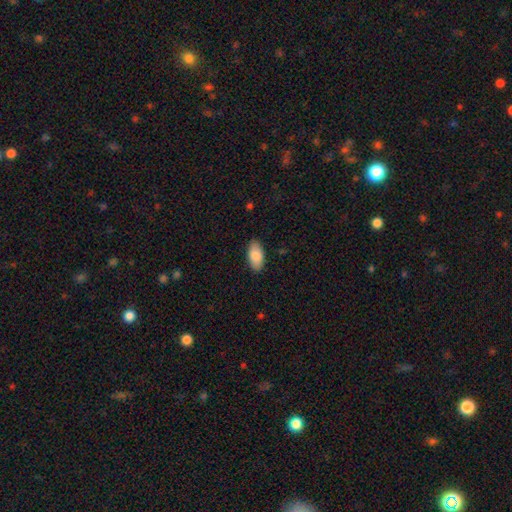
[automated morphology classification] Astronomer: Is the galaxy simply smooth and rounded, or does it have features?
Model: smooth — 86%.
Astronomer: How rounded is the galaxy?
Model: in between — 94%.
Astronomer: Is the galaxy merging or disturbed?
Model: none — 87%.